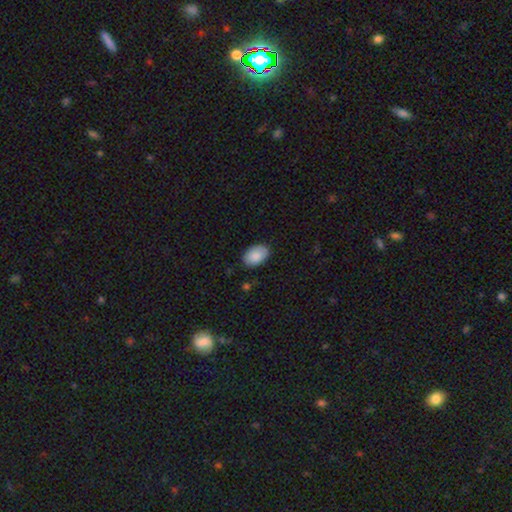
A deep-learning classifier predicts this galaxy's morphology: smooth_or_featured: smooth (p=0.88) [alt: featured or disk p=0.06]
how_rounded: in between (p=0.90) [alt: round p=0.09]
merging: none (p=0.84) [alt: minor disturbance p=0.13]